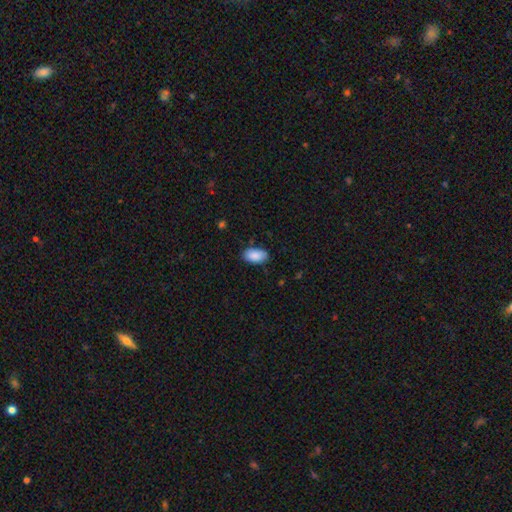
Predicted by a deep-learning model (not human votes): Smooth or featured: smooth — 89% (star or artifact — 6%)
How rounded: in between — 95% (round — 3%)
Merging: none — 83% (minor disturbance — 13%)